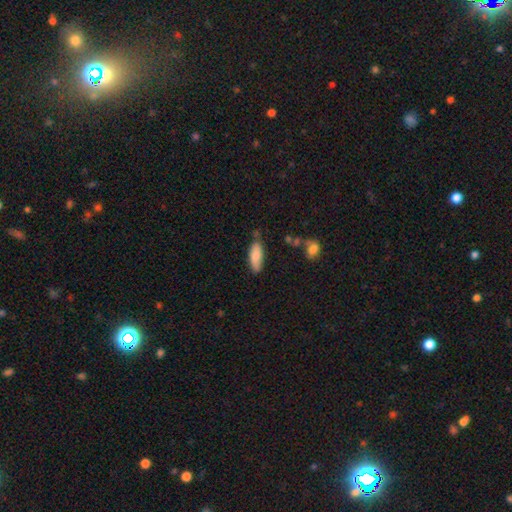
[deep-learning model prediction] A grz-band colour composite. It shows a smooth galaxy with no disk features (81%) that is in between round and cigar-shaped (65%). Merging: none (70%).